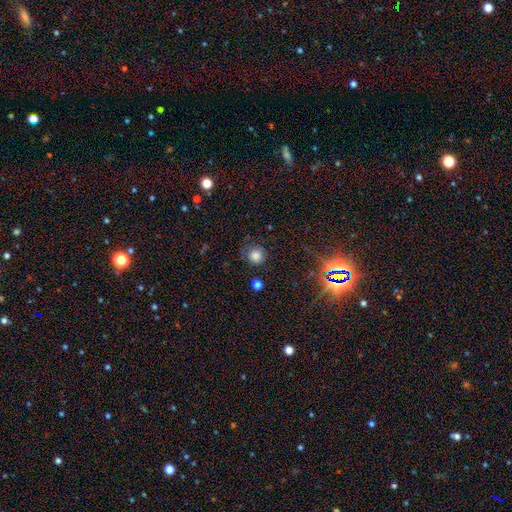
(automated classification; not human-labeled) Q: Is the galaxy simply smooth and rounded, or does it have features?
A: smooth — 78%.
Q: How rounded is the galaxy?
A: round — 90%.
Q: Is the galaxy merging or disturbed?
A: none — 73%.